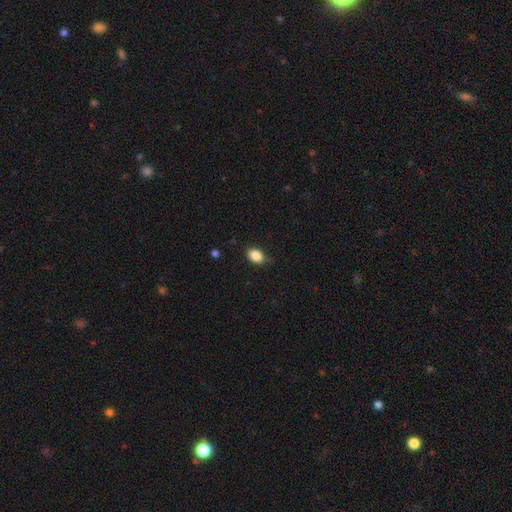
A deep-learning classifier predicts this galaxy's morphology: smooth_or_featured: smooth (p=0.86) [alt: star or artifact p=0.08]
how_rounded: in between (p=0.85) [alt: round p=0.13]
merging: none (p=0.81) [alt: minor disturbance p=0.15]